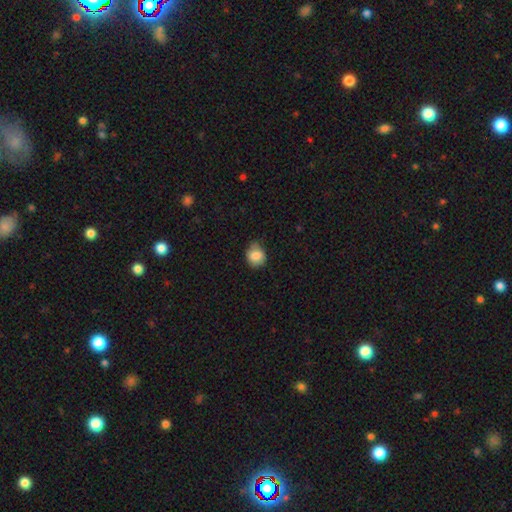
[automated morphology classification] This is clearly a smooth galaxy (85%). How rounded: likely round (74%). Merging: possibly none (59%).